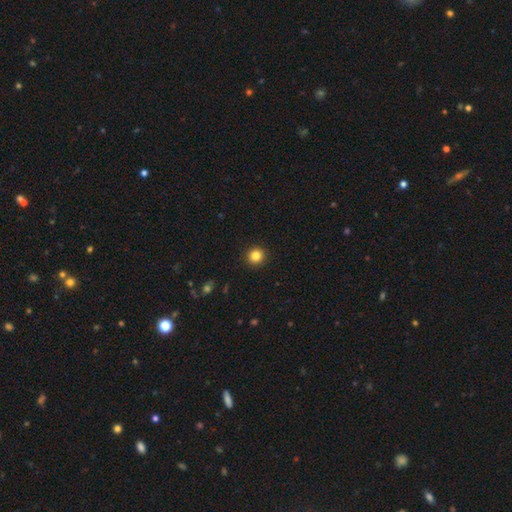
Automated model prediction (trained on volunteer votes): A smooth galaxy with no disk features (84%) that is round (93%). Merging: none (92%).